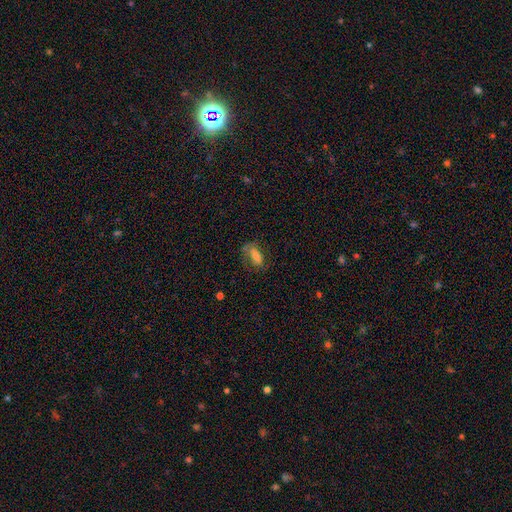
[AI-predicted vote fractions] smooth_or_featured: smooth (p=0.67) [alt: featured or disk p=0.21]
how_rounded: in between (p=0.80) [alt: cigar-shaped p=0.15]
merging: none (p=0.53) [alt: minor disturbance p=0.24]